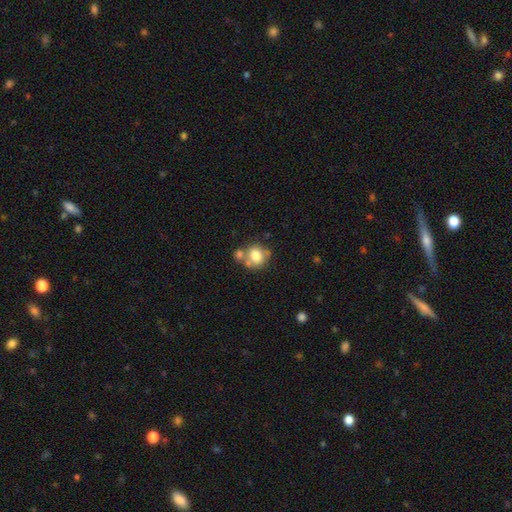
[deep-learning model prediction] Q: Smooth or featured?
A: smooth (75%); runner-up: featured or disk (16%)
Q: How rounded?
A: round (72%); runner-up: in between (27%)
Q: Merging?
A: none (49%); runner-up: merger (31%)